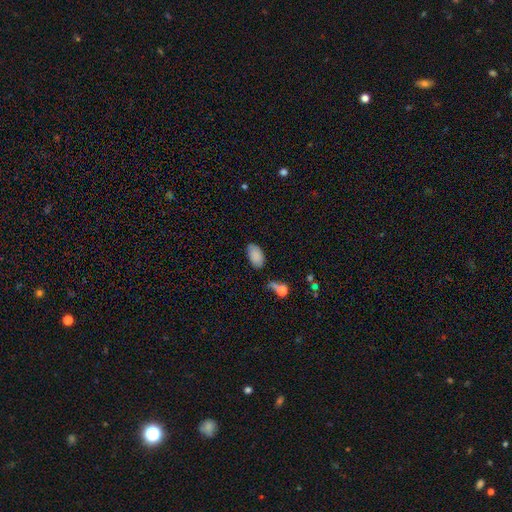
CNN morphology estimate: Smooth or featured?
  - smooth: 86% *
  - star or artifact: 8%
  - featured or disk: 6%
How rounded?
  - in between: 95% *
  - round: 4%
  - cigar-shaped: 2%
Merging?
  - none: 73% *
  - minor disturbance: 17%
  - major disturbance: 5%
  - merger: 5%